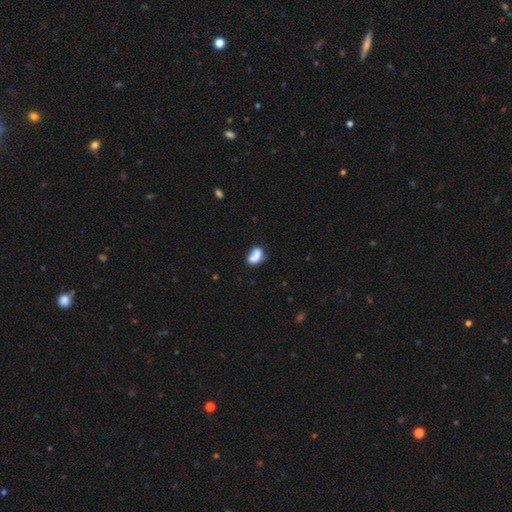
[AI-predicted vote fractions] smooth 75%, featured or disk 16%, star or artifact 10%. Down the decision tree: how rounded — in between (80%); merging — none (37%).